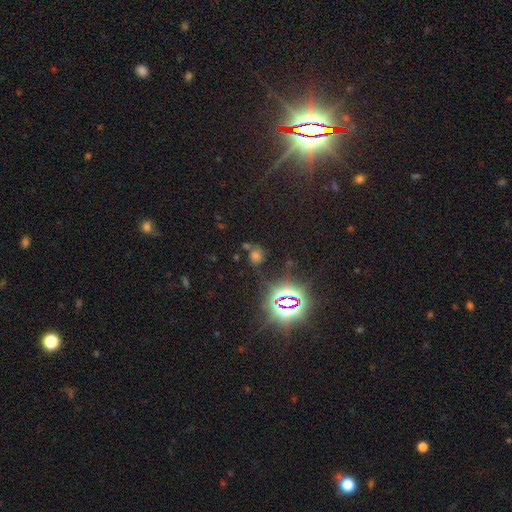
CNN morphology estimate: This is possibly a star or artifact rather than a galaxy (55%).